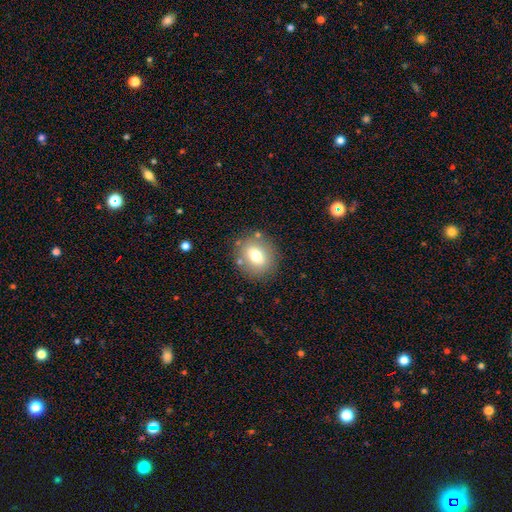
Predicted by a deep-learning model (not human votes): Smooth or featured: smooth — 70% (featured or disk — 21%)
How rounded: round — 57% (in between — 41%)
Merging: none — 81% (minor disturbance — 11%)